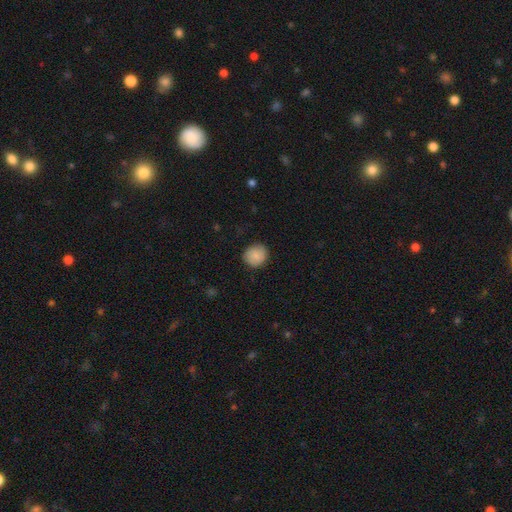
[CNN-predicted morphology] Smooth or featured? Predicted: smooth (p=0.86). How rounded? Predicted: round (p=0.84). Merging? Predicted: none (p=0.86).